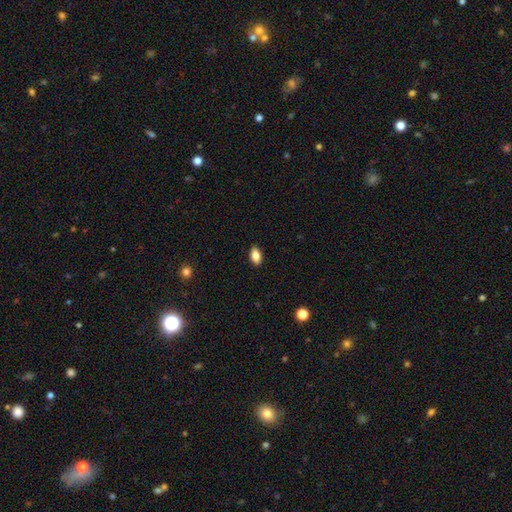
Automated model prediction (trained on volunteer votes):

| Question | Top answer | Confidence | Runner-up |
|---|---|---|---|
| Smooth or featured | smooth | 84% | star or artifact (8%) |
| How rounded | in between | 90% | round (6%) |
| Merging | none | 90% | minor disturbance (8%) |